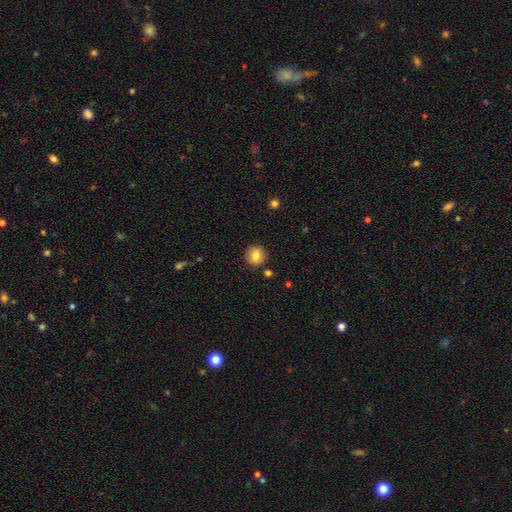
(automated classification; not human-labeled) smooth 82%, star or artifact 10%, featured or disk 8%. Down the decision tree: how rounded — round (91%); merging — none (89%).